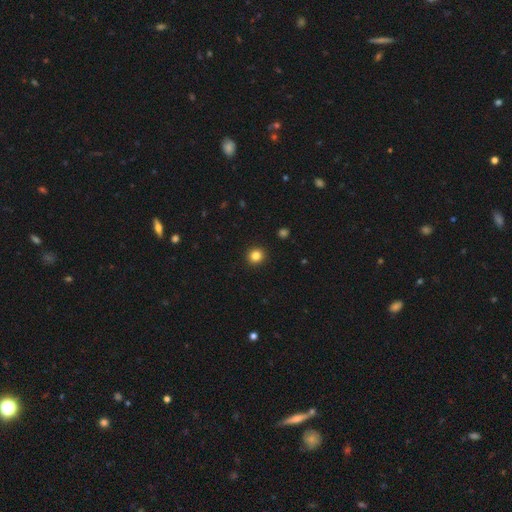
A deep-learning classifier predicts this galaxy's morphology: type=smooth (84%); roundness=round (92%); merging=none (93%).